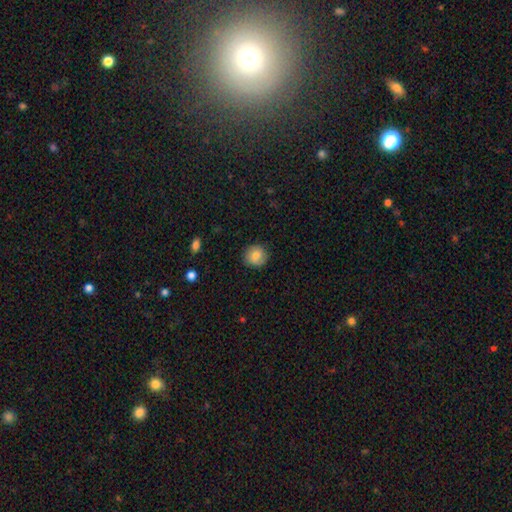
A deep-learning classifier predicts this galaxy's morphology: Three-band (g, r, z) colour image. It shows a smooth galaxy with no disk features (77%) that is round (87%). Merging: none (85%).